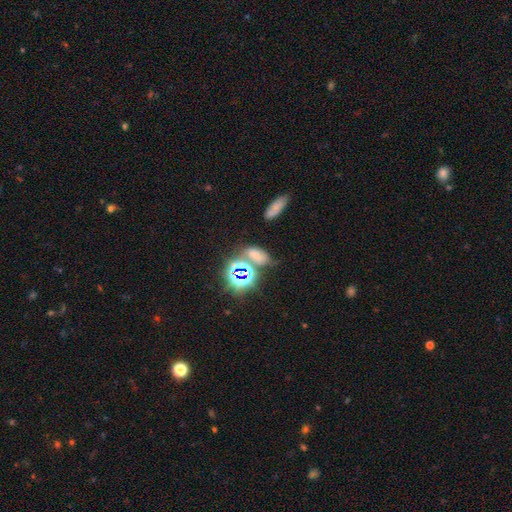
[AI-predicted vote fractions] Overall: star or artifact (45%; smooth 44%).